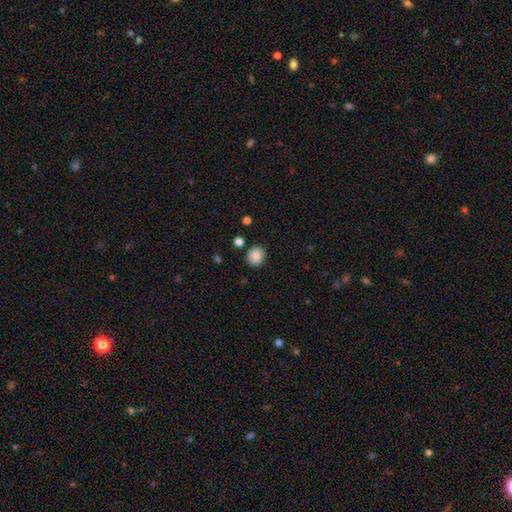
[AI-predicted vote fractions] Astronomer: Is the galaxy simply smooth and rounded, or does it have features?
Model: smooth — 85%.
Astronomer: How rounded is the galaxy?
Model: round — 78%.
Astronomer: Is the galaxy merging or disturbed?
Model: none — 86%.